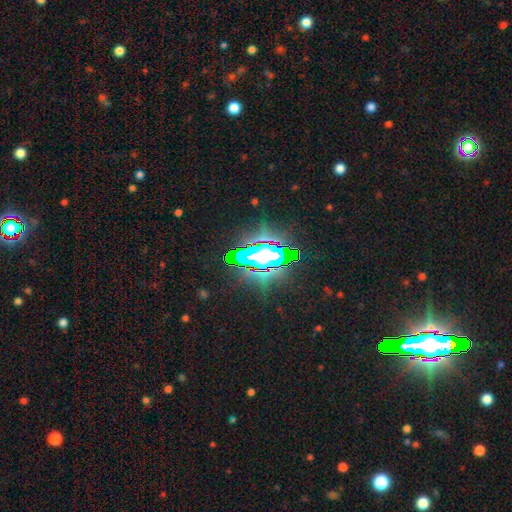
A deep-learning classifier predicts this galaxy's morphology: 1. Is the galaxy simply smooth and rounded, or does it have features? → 70% star or artifact, 17% smooth, 13% featured or disk.